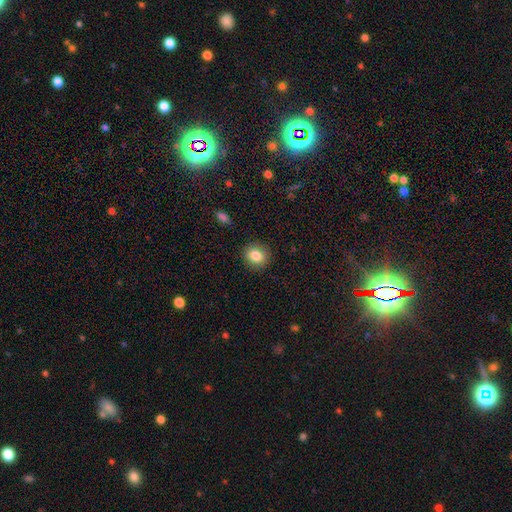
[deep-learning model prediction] Overall: smooth (84%). How rounded: round (78%). Merging: none (90%).